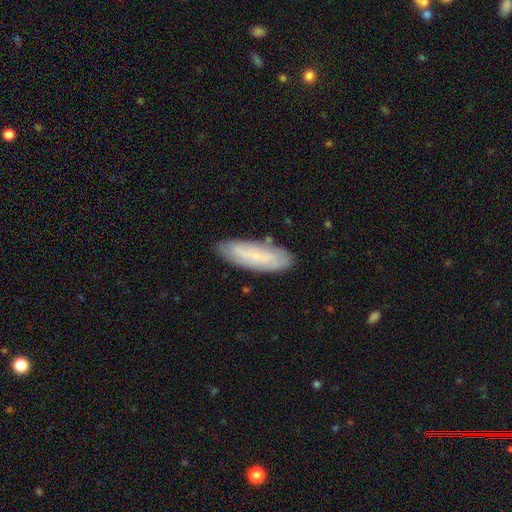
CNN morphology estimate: Smooth or featured? smooth (64%)
How rounded? in between (51%)
Merging? none (79%)